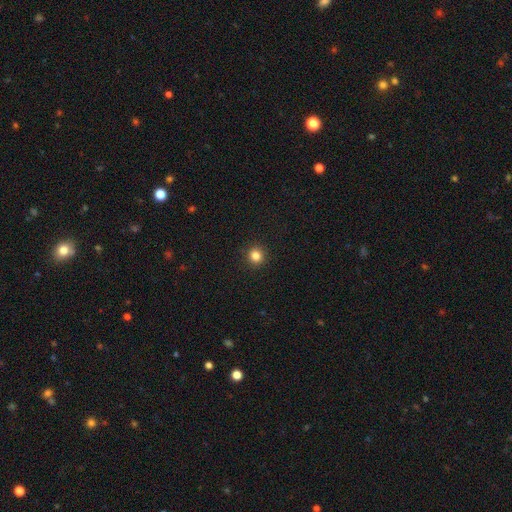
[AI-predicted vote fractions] Smooth or featured? smooth (84%)
How rounded? round (91%)
Merging? none (92%)